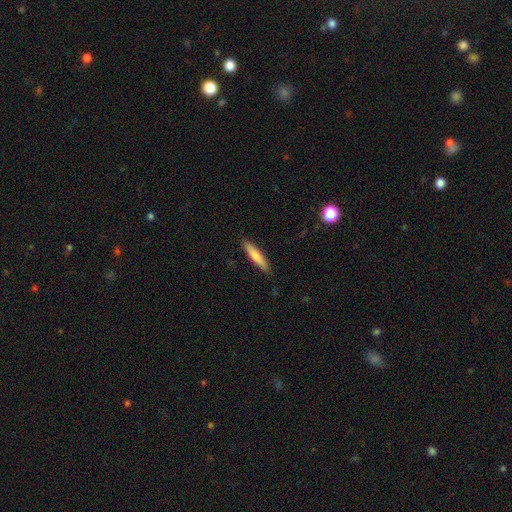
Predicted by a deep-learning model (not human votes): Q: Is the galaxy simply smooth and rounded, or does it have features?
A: smooth — 74%.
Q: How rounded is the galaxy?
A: cigar-shaped — 87%.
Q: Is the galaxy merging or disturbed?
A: none — 89%.